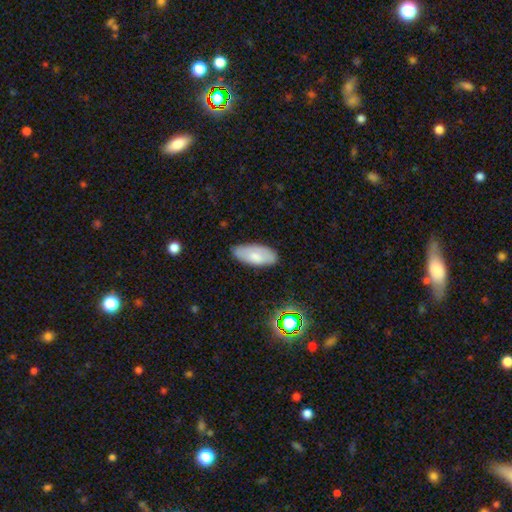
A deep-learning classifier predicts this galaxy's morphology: Q: Smooth or featured?
A: smooth (74%); runner-up: featured or disk (18%)
Q: How rounded?
A: in between (87%); runner-up: cigar-shaped (11%)
Q: Merging?
A: none (77%); runner-up: minor disturbance (18%)